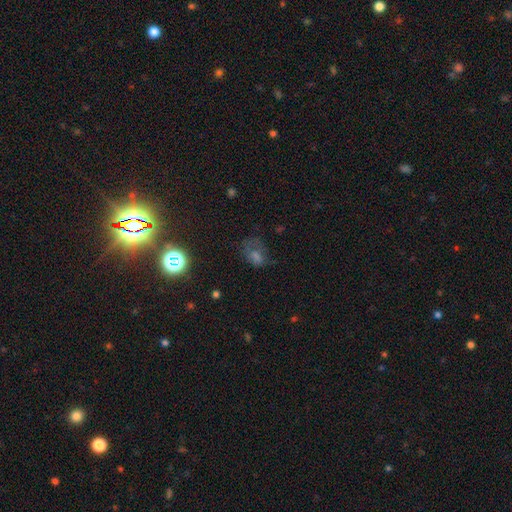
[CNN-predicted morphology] Smooth or featured: smooth — 42% (star or artifact — 36%)
Merging: none — 45% (major disturbance — 27%)